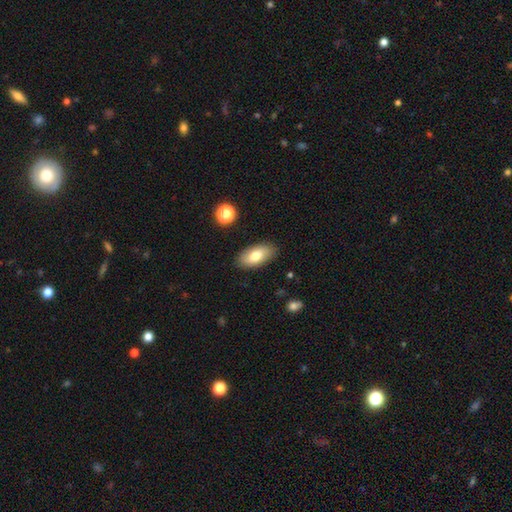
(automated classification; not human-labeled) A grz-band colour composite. It shows a smooth galaxy with no disk features (77%) that is in between round and cigar-shaped (91%). Merging: none (87%).